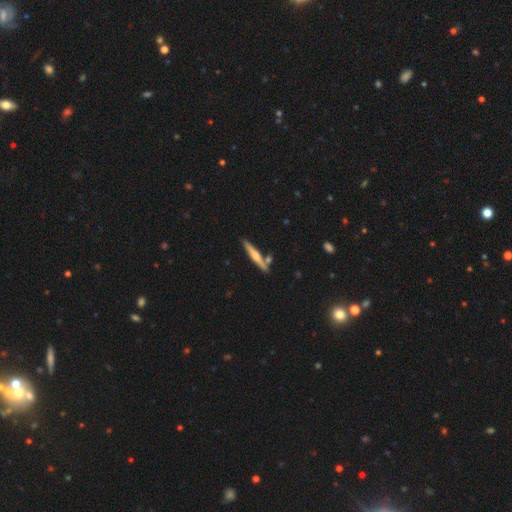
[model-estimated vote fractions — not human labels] Smooth or featured? Predicted: featured or disk (p=0.54). Edge-on disk? Predicted: yes (p=0.96). Edge-on bulge? Predicted: rounded (p=0.79). Merging? Predicted: none (p=0.79).